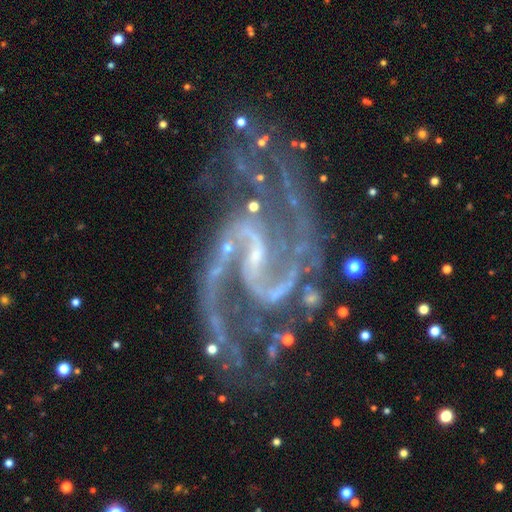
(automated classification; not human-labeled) Smooth or featured? Predicted: featured or disk (p=0.94). Edge-on disk? Predicted: no (p=0.98). Bar? Predicted: weak (p=0.49). Spiral arms? Predicted: yes (p=0.99). Spiral winding? Predicted: medium (p=0.59). Spiral arm count? Predicted: 2 (p=0.91). Bulge size? Predicted: small (p=0.71). Merging? Predicted: none (p=0.65).